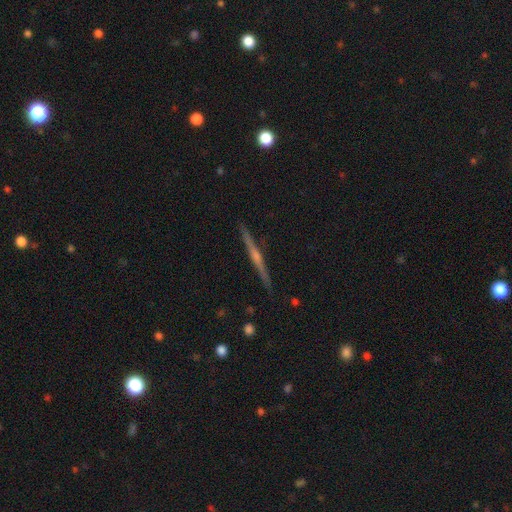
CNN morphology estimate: type=featured or disk (77%); edge-on=yes (98%); edge-on bulge=rounded (80%); merging=none (89%).